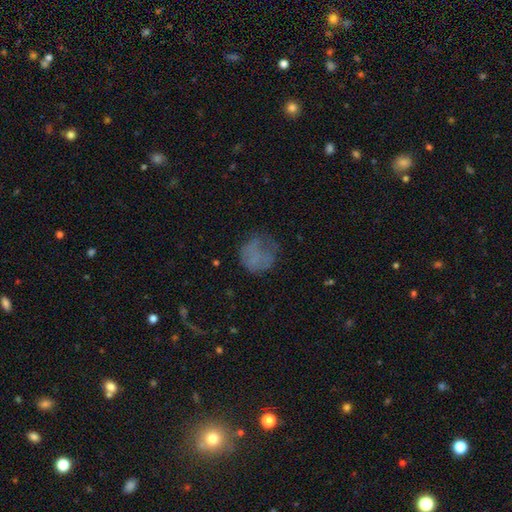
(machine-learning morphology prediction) Smooth or featured: smooth — 62% (featured or disk — 22%)
How rounded: round — 80% (in between — 19%)
Merging: none — 47% (major disturbance — 26%)